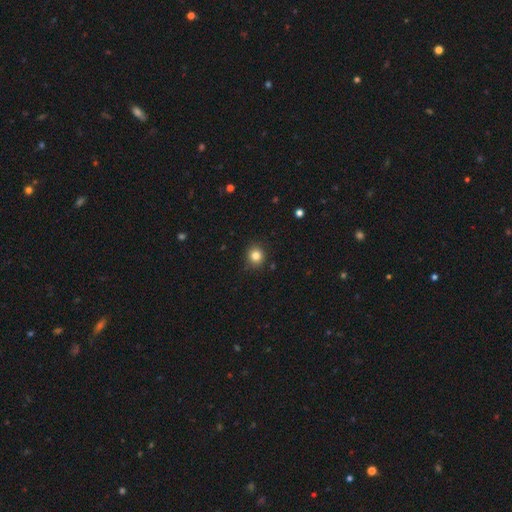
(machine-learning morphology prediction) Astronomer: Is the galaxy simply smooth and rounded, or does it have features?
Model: smooth — 83%.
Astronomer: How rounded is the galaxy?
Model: round — 88%.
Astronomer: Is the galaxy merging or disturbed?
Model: none — 90%.